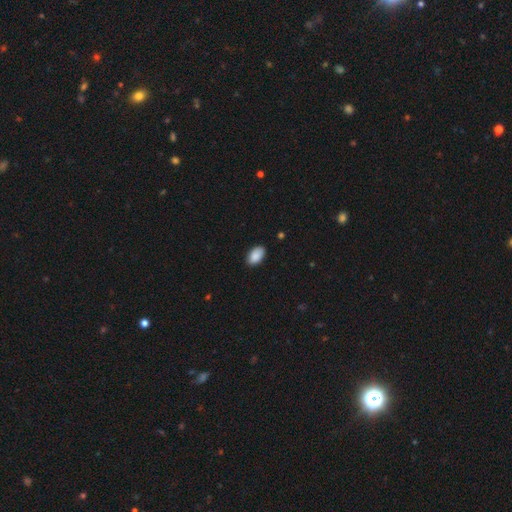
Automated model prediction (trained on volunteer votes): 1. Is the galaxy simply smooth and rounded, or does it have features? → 90% smooth, 7% star or artifact, 4% featured or disk.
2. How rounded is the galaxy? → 94% in between, 4% round, 2% cigar-shaped.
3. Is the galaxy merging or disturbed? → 87% none, 11% minor disturbance, 2% major disturbance, 1% merger.